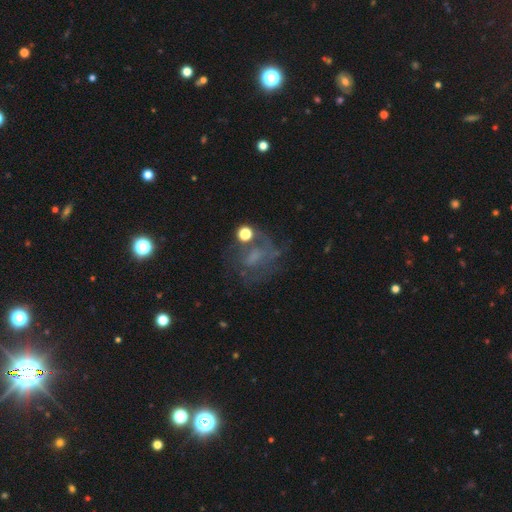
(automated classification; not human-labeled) A featured or disk galaxy (51%).

Vote fractions:
- Smooth or featured? featured or disk: 51% / smooth: 27% / star or artifact: 23%
- Edge-on disk? no: 96% / yes: 4%
- Merging? none: 51% / major disturbance: 25% / minor disturbance: 18% / merger: 6%